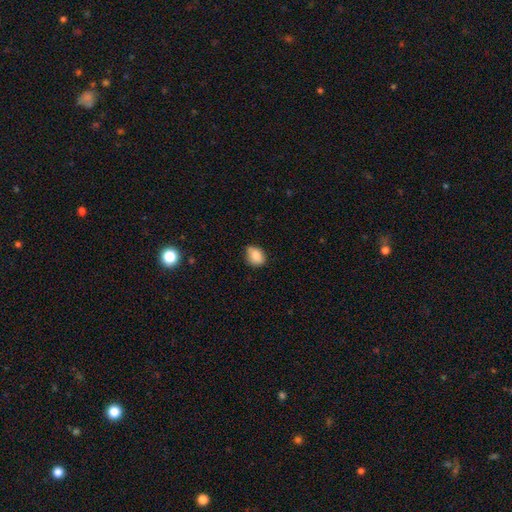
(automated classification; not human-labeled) This appears to be a smooth galaxy with no disk features (84%) that is in between round and cigar-shaped (63%). Merging: none (63%).